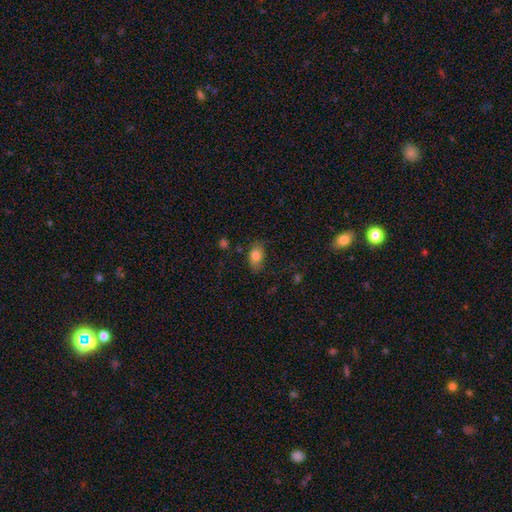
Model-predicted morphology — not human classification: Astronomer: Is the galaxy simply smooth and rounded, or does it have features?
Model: smooth — 82%.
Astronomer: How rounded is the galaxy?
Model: in between — 88%.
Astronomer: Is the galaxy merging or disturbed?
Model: none — 72%.